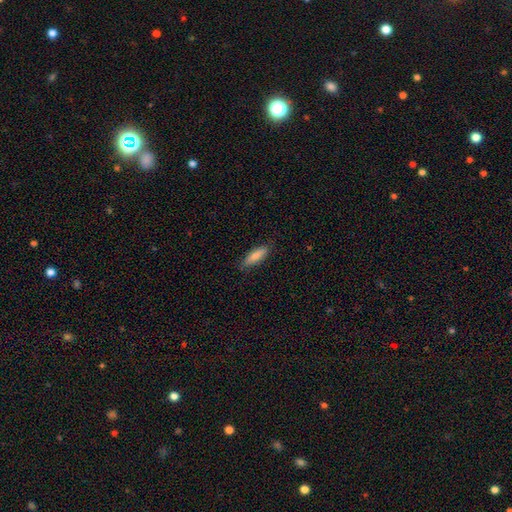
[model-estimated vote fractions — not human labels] This is clearly a smooth galaxy (82%). How rounded: possibly cigar-shaped (56%). Merging: clearly none (85%).